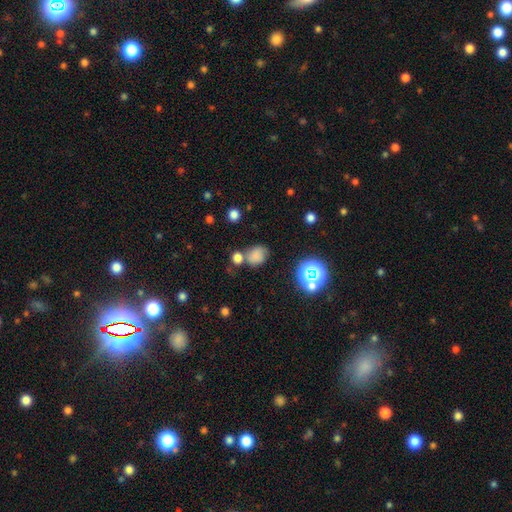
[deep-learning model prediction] Smooth or featured: smooth — 71% (star or artifact — 19%)
How rounded: round — 53% (in between — 46%)
Merging: none — 54% (merger — 22%)